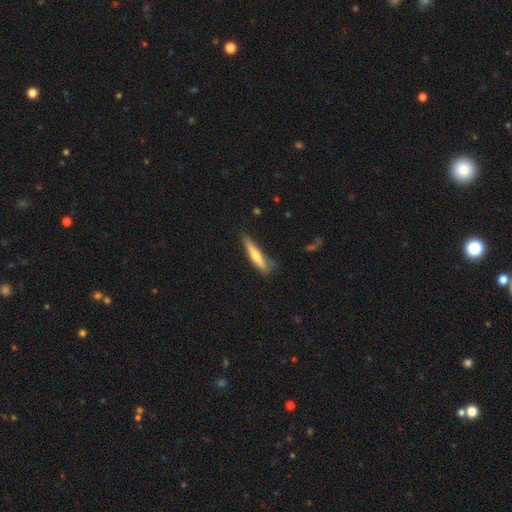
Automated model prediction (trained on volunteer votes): smooth-or-featured: smooth: 53% | featured or disk: 41% | star or artifact: 6%
  how-rounded: cigar-shaped: 88% | in between: 10% | round: 2%
  merging: none: 78% | minor disturbance: 17% | major disturbance: 3% | merger: 2%